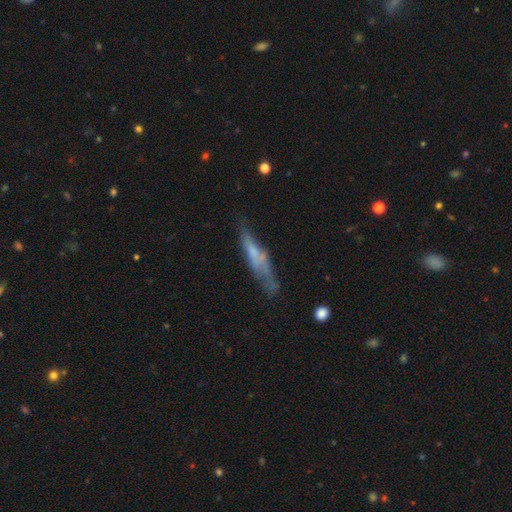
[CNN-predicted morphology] This appears to be a smooth galaxy with no disk features (46%). Merging: none (50%).